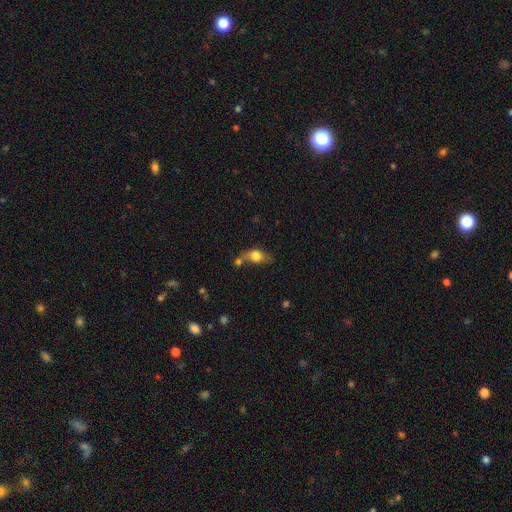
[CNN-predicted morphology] Q: Smooth or featured?
A: smooth (73%); runner-up: featured or disk (18%)
Q: How rounded?
A: in between (69%); runner-up: round (24%)
Q: Merging?
A: none (36%); runner-up: merger (32%)